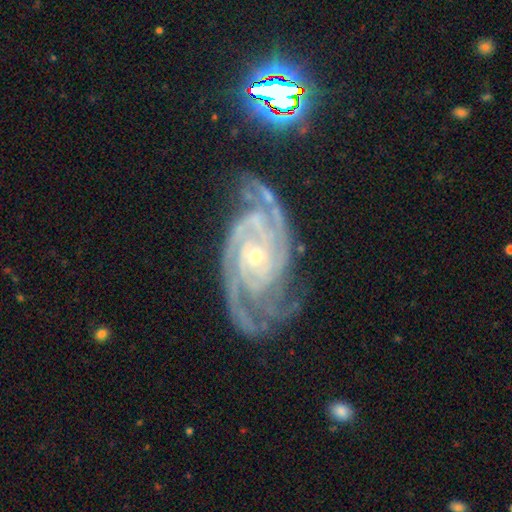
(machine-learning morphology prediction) smooth_or_featured: featured or disk (p=0.92) [alt: star or artifact p=0.05]
disk_edge_on: no (p=0.97) [alt: yes p=0.03]
bar: no (p=0.67) [alt: weak p=0.22]
has_spiral_arms: yes (p=0.99) [alt: no p=0.01]
spiral_winding: tight (p=0.68) [alt: medium p=0.28]
spiral_arm_count: 3 (p=0.33) [alt: 2 p=0.22]
bulge_size: small (p=0.68) [alt: moderate p=0.28]
merging: none (p=0.67) [alt: minor disturbance p=0.22]